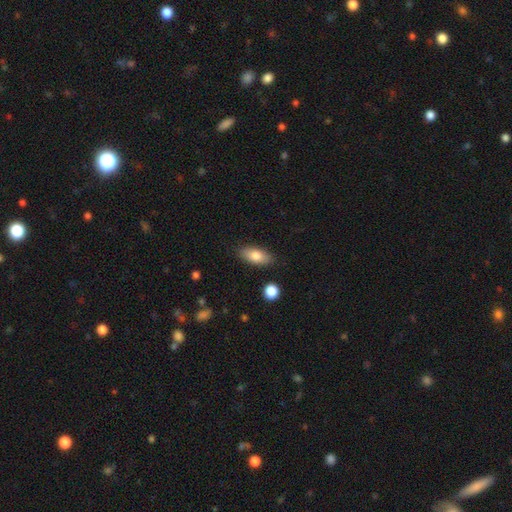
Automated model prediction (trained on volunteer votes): Q: Smooth or featured?
A: smooth (79%); runner-up: featured or disk (14%)
Q: How rounded?
A: in between (85%); runner-up: cigar-shaped (11%)
Q: Merging?
A: none (86%); runner-up: minor disturbance (10%)